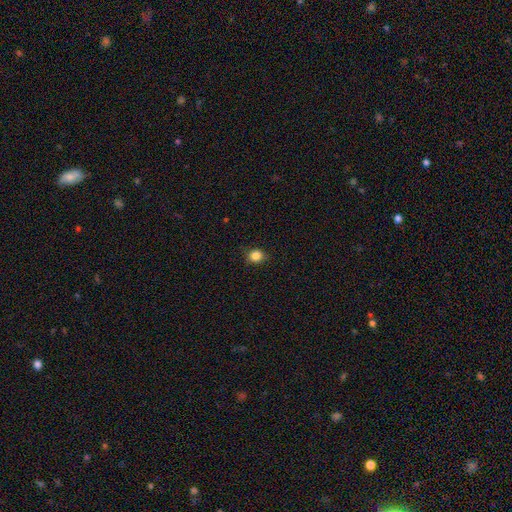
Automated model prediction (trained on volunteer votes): Smooth or featured? Predicted: smooth (p=0.84). How rounded? Predicted: round (p=0.78). Merging? Predicted: none (p=0.84).